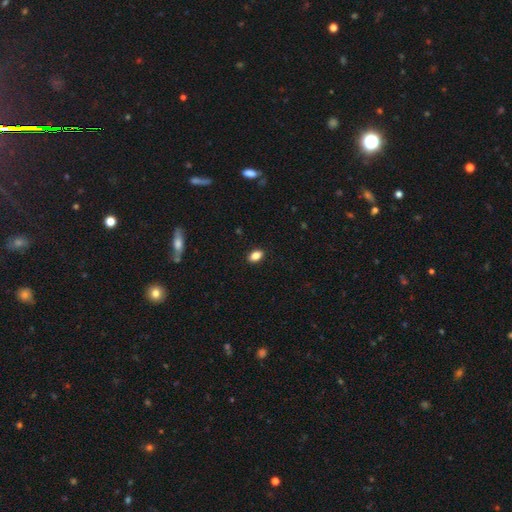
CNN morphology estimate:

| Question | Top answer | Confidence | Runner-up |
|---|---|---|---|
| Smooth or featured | smooth | 85% | star or artifact (9%) |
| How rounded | in between | 87% | round (11%) |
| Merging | none | 90% | minor disturbance (8%) |